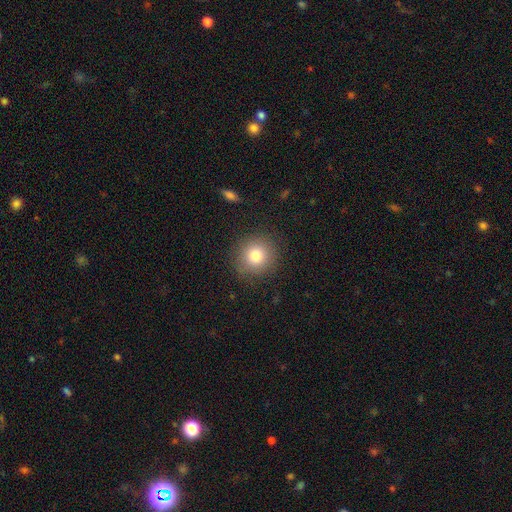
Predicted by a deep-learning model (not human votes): The model was most divided on "smooth or featured": smooth: 81%, star or artifact: 11%, featured or disk: 8%. More confident: how rounded — round (91%); merging — none (88%).